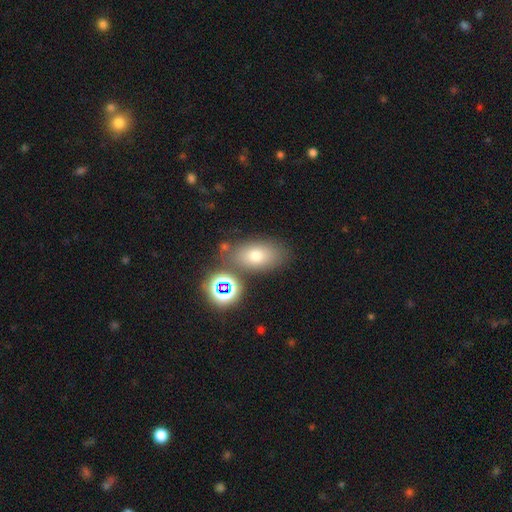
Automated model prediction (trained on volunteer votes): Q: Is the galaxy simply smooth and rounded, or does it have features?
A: smooth — 70%.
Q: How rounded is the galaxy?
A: in between — 84%.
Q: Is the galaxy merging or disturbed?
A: none — 73%.